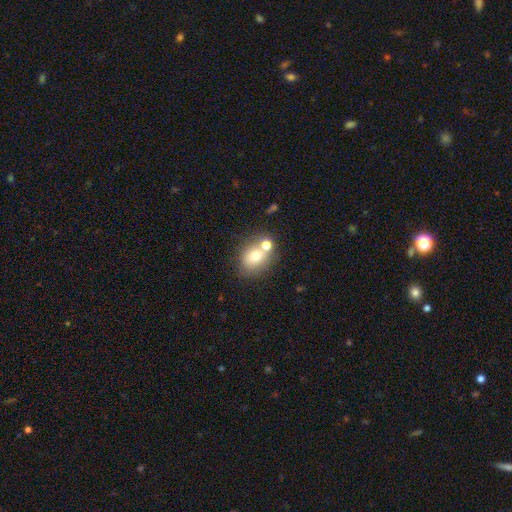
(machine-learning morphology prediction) The model was most divided on "how rounded": in between: 52%, round: 46%, cigar-shaped: 1%. Remaining: smooth or featured — smooth (70%); merging — none (48%).